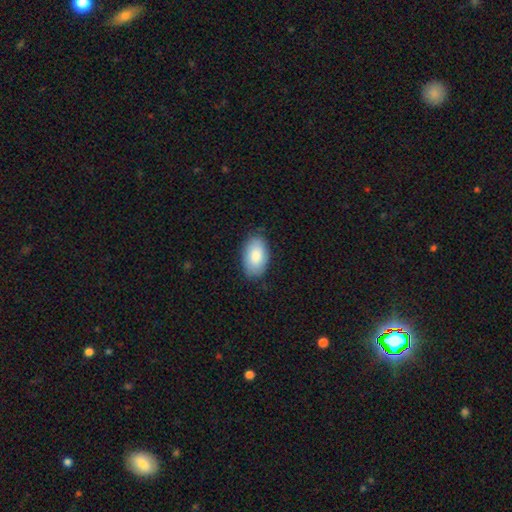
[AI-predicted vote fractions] Smooth or featured?
  - smooth: 86% *
  - featured or disk: 9%
  - star or artifact: 6%
How rounded?
  - in between: 94% *
  - round: 5%
  - cigar-shaped: 1%
Merging?
  - none: 83% *
  - minor disturbance: 13%
  - major disturbance: 3%
  - merger: 1%